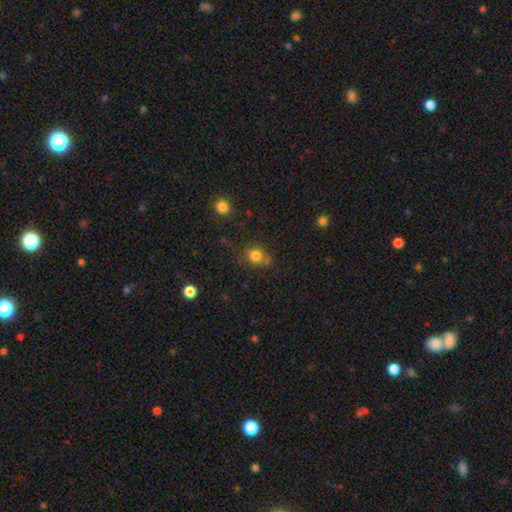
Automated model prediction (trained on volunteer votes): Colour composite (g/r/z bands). It shows a smooth galaxy with no disk features (79%) that is round (76%). Merging: none (64%).